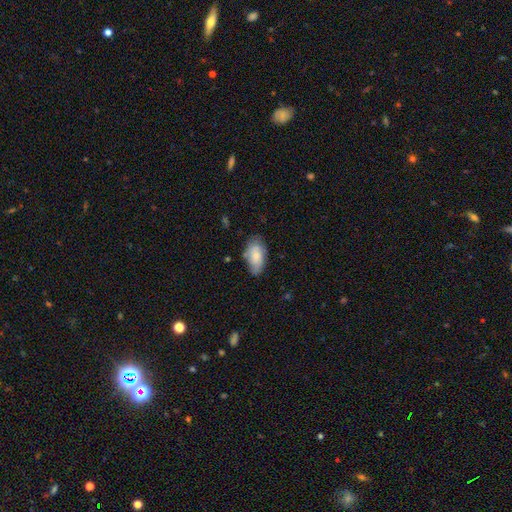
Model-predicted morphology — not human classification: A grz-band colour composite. It shows a smooth galaxy with no disk features (77%) that is in between round and cigar-shaped (93%). Merging: none (64%).